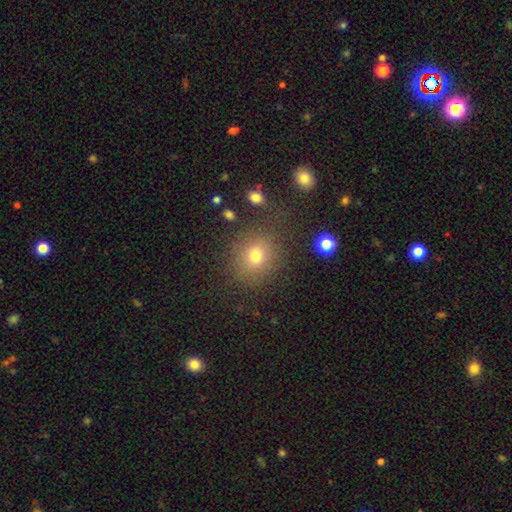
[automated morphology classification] Smooth or featured? smooth (74%)
How rounded? round (77%)
Merging? none (80%)